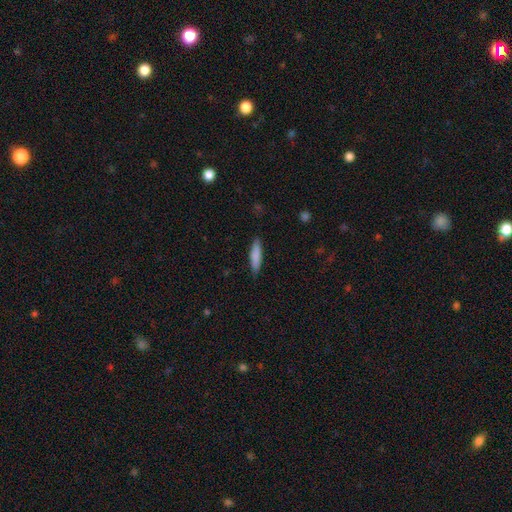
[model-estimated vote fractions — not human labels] Smooth or featured: smooth — 82% (featured or disk — 12%)
How rounded: cigar-shaped — 79% (in between — 20%)
Merging: none — 86% (minor disturbance — 11%)